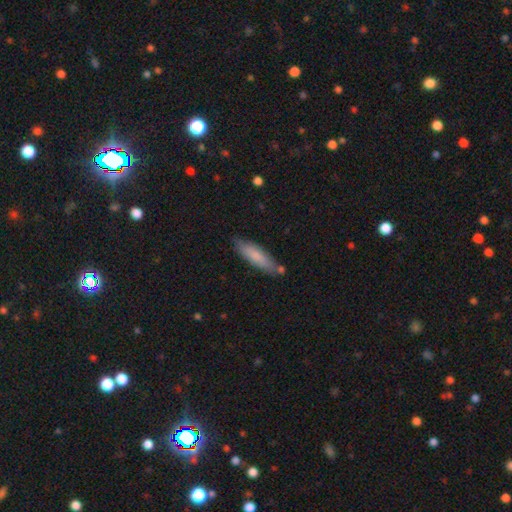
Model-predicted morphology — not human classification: Overall: smooth (77%). How rounded: cigar-shaped (66%; in between 32%). Merging: none (76%).